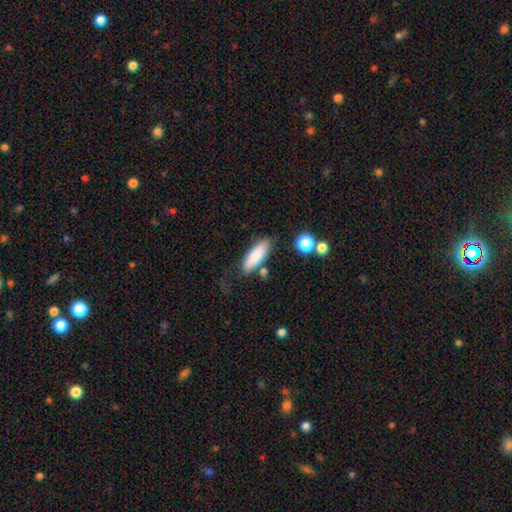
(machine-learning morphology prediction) smooth-or-featured: smooth: 82% | featured or disk: 12% | star or artifact: 7%
  how-rounded: in between: 61% | cigar-shaped: 37% | round: 2%
  merging: none: 76% | minor disturbance: 15% | merger: 6% | major disturbance: 4%